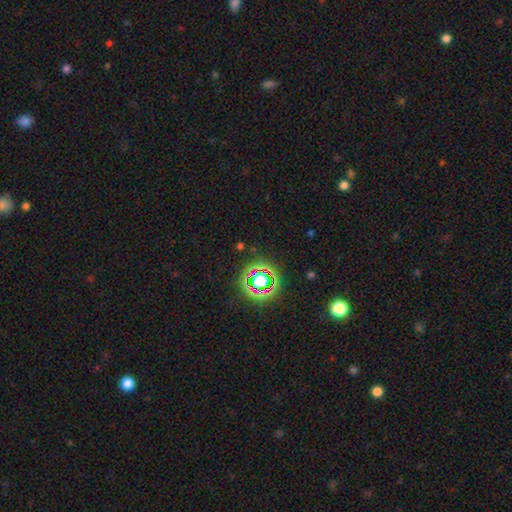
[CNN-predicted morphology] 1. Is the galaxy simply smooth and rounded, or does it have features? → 78% star or artifact, 14% smooth, 8% featured or disk.